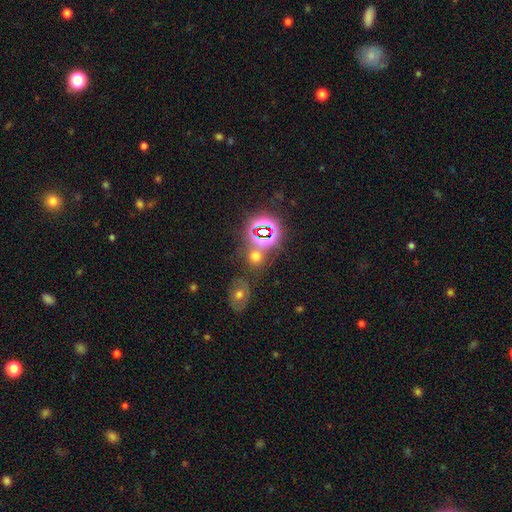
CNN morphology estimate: type=smooth (47%); merging=none (62%).